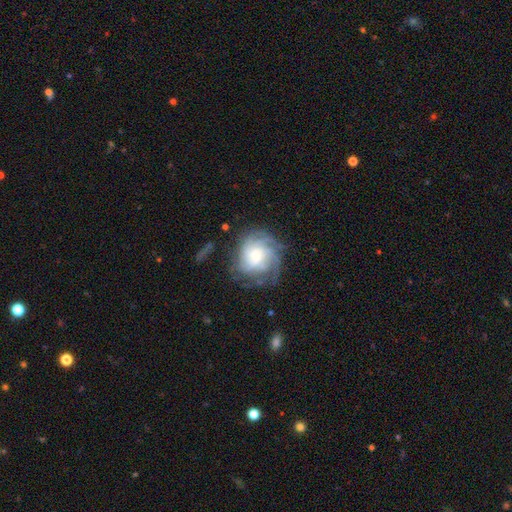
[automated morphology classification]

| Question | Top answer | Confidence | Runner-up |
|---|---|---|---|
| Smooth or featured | featured or disk | 78% | smooth (14%) |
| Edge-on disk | no | 97% | yes (3%) |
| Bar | no | 70% | weak (25%) |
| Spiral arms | yes | 94% | no (6%) |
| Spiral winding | tight | 61% | medium (29%) |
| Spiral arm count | can't tell | 37% | 4 (23%) |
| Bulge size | moderate | 43% | small (38%) |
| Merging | none | 67% | minor disturbance (19%) |